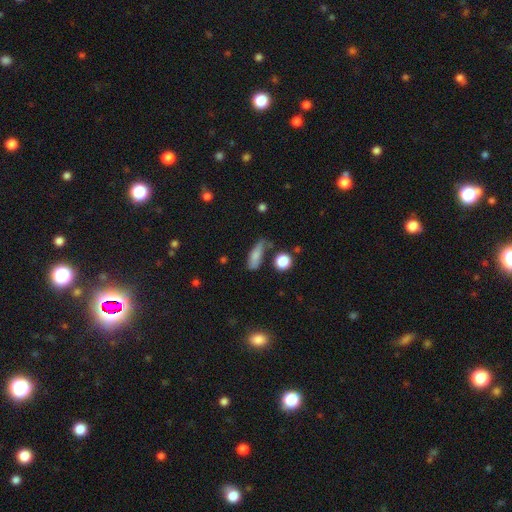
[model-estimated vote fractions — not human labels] Smooth or featured: smooth — 78% (featured or disk — 13%)
How rounded: in between — 53% (cigar-shaped — 41%)
Merging: none — 53% (minor disturbance — 30%)